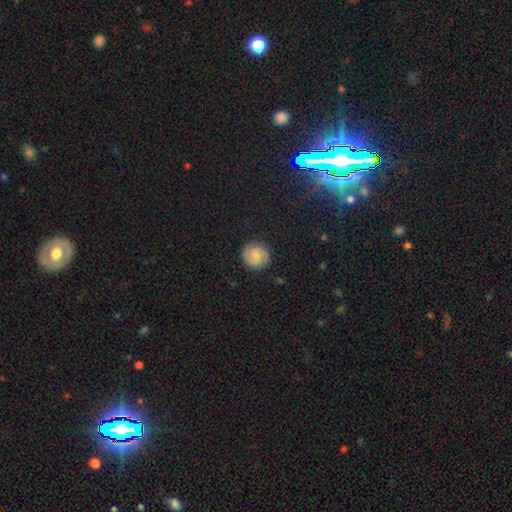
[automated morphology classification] A featured or disk galaxy (54%) with no bar (47%), spiral arms (92%) and a small central bulge (53%). Merging: none (87%).